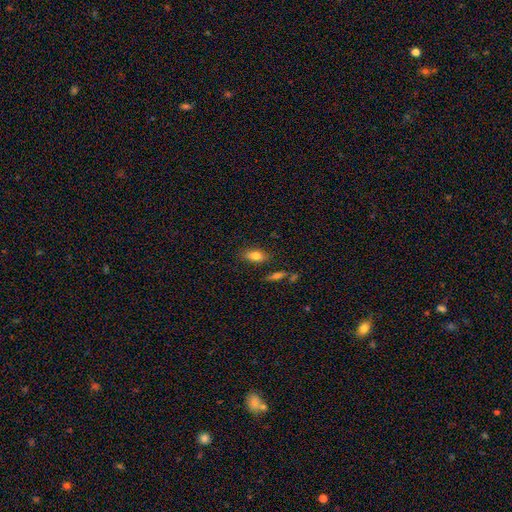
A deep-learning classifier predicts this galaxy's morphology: Q: Smooth or featured?
A: smooth (77%); runner-up: featured or disk (14%)
Q: How rounded?
A: in between (83%); runner-up: cigar-shaped (12%)
Q: Merging?
A: none (82%); runner-up: minor disturbance (12%)